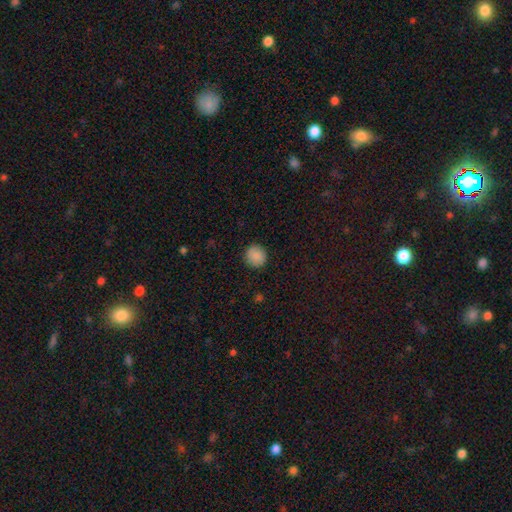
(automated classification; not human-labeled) Smooth or featured? Predicted: smooth (p=0.88). How rounded? Predicted: round (p=0.91). Merging? Predicted: none (p=0.90).